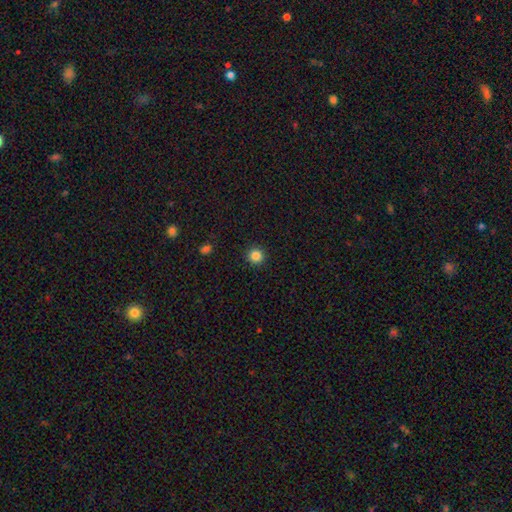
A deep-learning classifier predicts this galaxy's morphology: Smooth or featured? Predicted: smooth (p=0.85). How rounded? Predicted: round (p=0.95). Merging? Predicted: none (p=0.92).